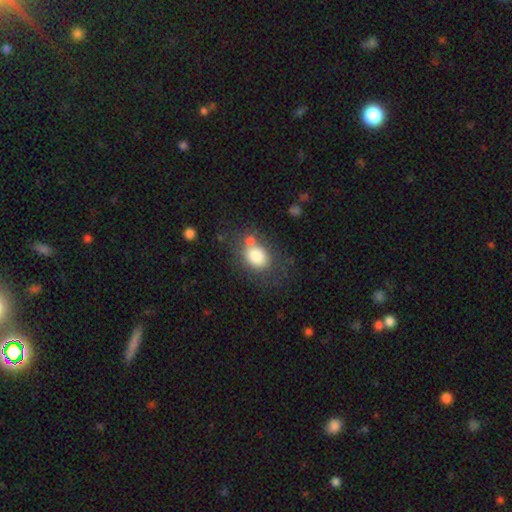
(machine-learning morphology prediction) Smooth or featured? smooth (79%)
How rounded? in between (56%)
Merging? none (58%)